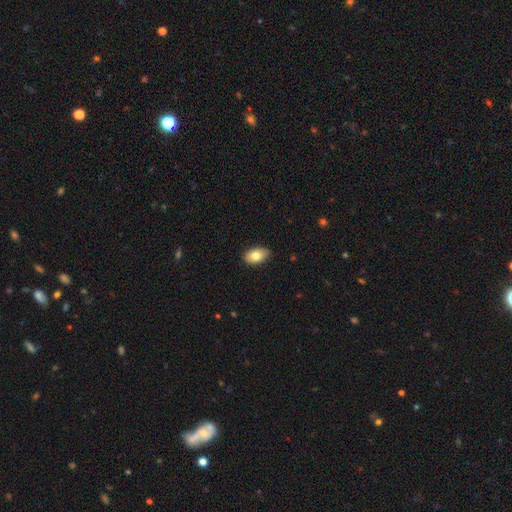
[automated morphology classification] smooth-or-featured: smooth: 78% | featured or disk: 14% | star or artifact: 7%
  how-rounded: in between: 91% | round: 8% | cigar-shaped: 1%
  merging: none: 84% | minor disturbance: 13% | major disturbance: 2% | merger: 1%